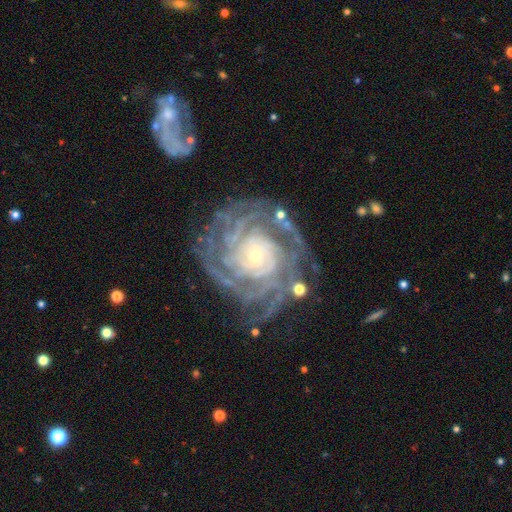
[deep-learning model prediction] Smooth or featured? Predicted: featured or disk (p=0.90). Edge-on disk? Predicted: no (p=0.97). Bar? Predicted: no (p=0.77). Spiral arms? Predicted: yes (p=0.98). Spiral winding? Predicted: tight (p=0.80). Spiral arm count? Predicted: more than 4 (p=0.27). Bulge size? Predicted: small (p=0.79). Merging? Predicted: none (p=0.72).